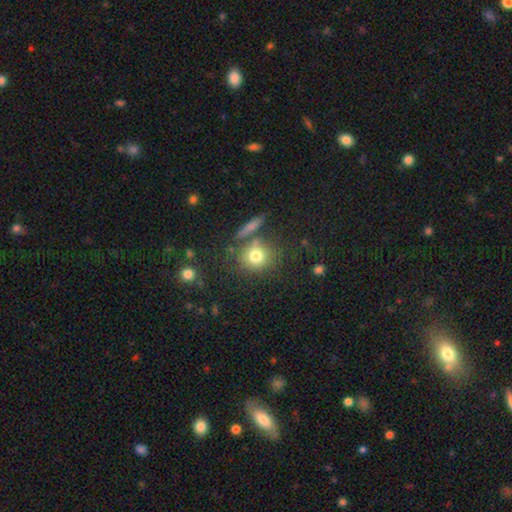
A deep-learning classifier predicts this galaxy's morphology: Smooth or featured? Predicted: smooth (p=0.76). How rounded? Predicted: round (p=0.83). Merging? Predicted: none (p=0.66).